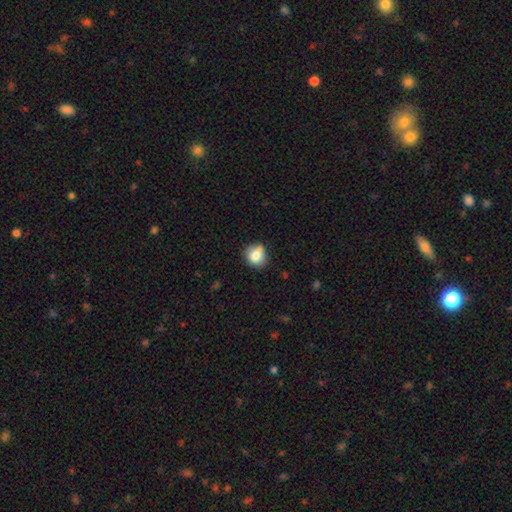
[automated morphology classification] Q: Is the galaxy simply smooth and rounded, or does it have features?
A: smooth — 80%.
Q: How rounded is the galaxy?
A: round — 83%.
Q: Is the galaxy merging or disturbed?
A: none — 70%.